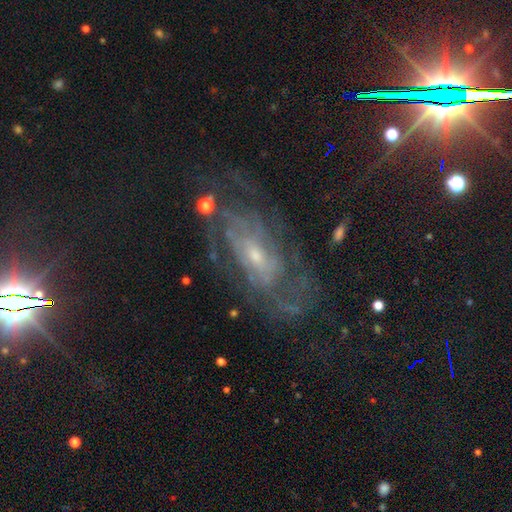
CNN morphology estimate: A featured or disk galaxy (82%) with no bar (54%), tight (48%) spiral arms (89%) and a small central bulge (60%).

Vote fractions:
- Smooth or featured? featured or disk: 82% / star or artifact: 9% / smooth: 9%
- Edge-on disk? no: 94% / yes: 6%
- Bar? no: 54% / weak: 37% / strong: 9%
- Spiral arms? yes: 89% / no: 11%
- Spiral winding? tight: 48% / medium: 38% / loose: 14%
- Spiral arm count? can't tell: 43% / 2: 19% / 3: 14% / 4: 11% / more than 4: 7% / 1: 6%
- Bulge size? small: 60% / moderate: 34% / none: 3% / large: 2% / dominant: 1%
- Merging? none: 63% / minor disturbance: 18% / major disturbance: 16% / merger: 3%